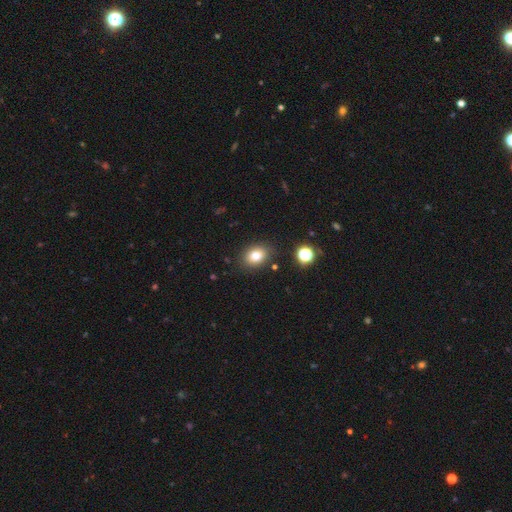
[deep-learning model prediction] Morphology: type=smooth (78%); roundness=in between (65%); merging=none (85%).